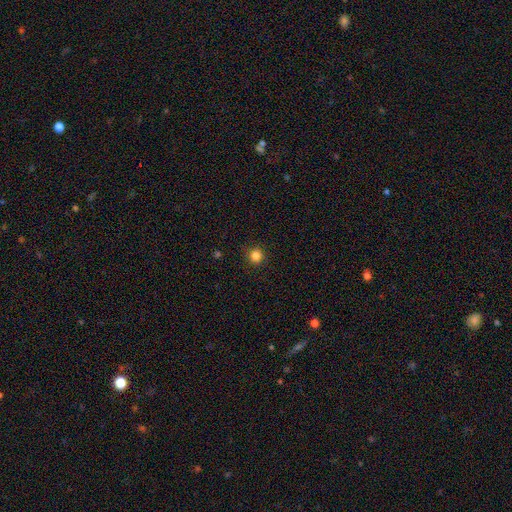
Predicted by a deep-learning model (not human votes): A smooth galaxy with no disk features (83%) that is round (95%).

Vote fractions:
- Smooth or featured? smooth: 83% / star or artifact: 13% / featured or disk: 4%
- How rounded? round: 95% / in between: 5% / cigar-shaped: 1%
- Merging? none: 91% / minor disturbance: 6% / major disturbance: 2% / merger: 1%